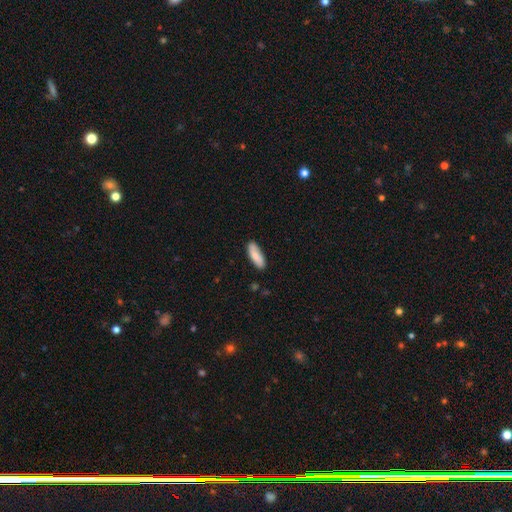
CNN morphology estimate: This appears to be a smooth galaxy with no disk features (82%) that is in between round and cigar-shaped (64%). Merging: none (85%).